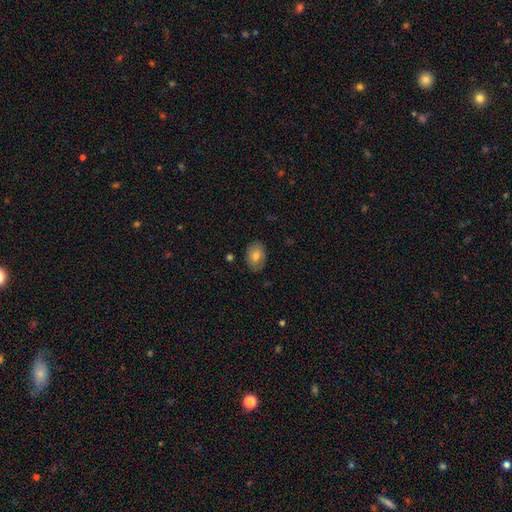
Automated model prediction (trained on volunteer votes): Overall: smooth (75%). How rounded: in between (81%). Merging: none (83%).